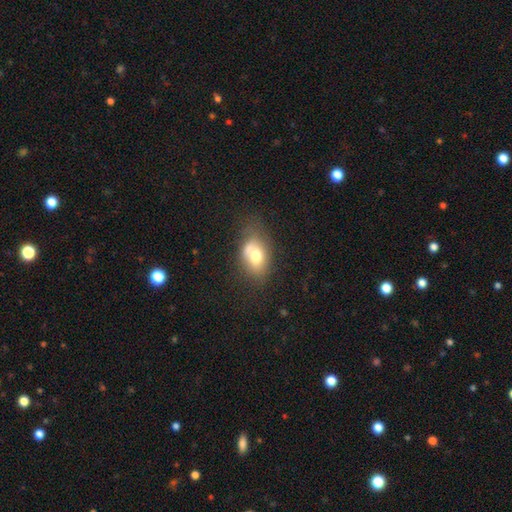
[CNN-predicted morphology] A smooth galaxy with no disk features (66%) that is in between round and cigar-shaped (79%).

Vote fractions:
- Smooth or featured? smooth: 66% / featured or disk: 24% / star or artifact: 10%
- How rounded? in between: 79% / round: 19% / cigar-shaped: 2%
- Merging? none: 41% / minor disturbance: 26% / merger: 21% / major disturbance: 12%